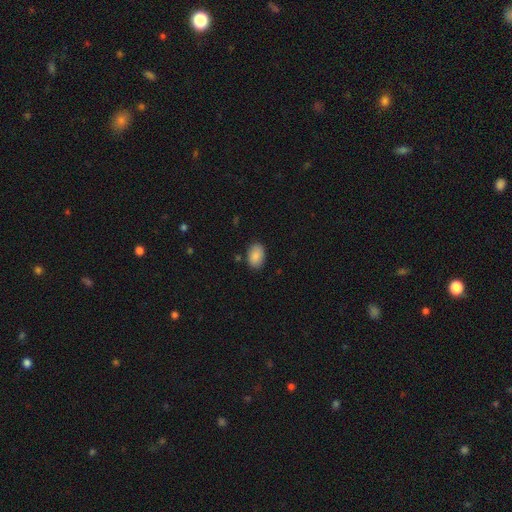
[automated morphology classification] smooth-or-featured: smooth: 88% | star or artifact: 7% | featured or disk: 5%
  how-rounded: in between: 86% | round: 12% | cigar-shaped: 1%
  merging: none: 85% | minor disturbance: 11% | major disturbance: 2% | merger: 2%